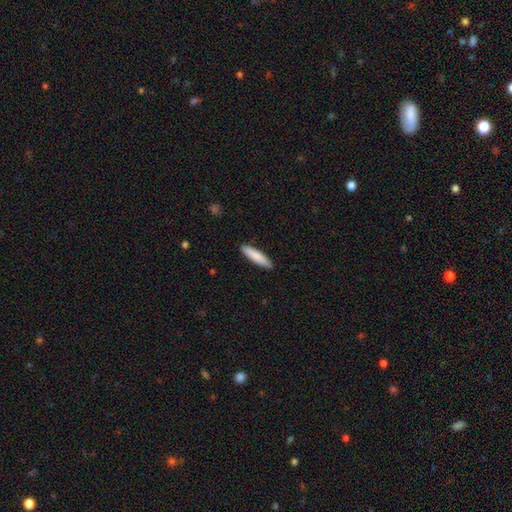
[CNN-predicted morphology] Q: Smooth or featured?
A: smooth (84%); runner-up: featured or disk (11%)
Q: How rounded?
A: cigar-shaped (82%); runner-up: in between (17%)
Q: Merging?
A: none (91%); runner-up: minor disturbance (7%)